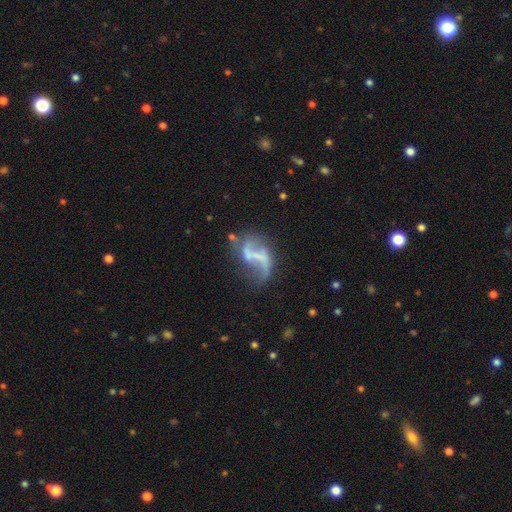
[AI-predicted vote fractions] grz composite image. It shows a featured or disk galaxy (77%) with a weak bar (35%), 2 (79%) loose (83%) spiral arms (76%) and no central bulge (60%). Merging: none (43%).